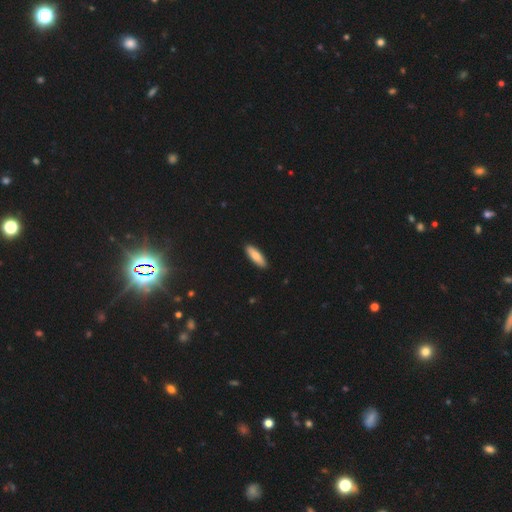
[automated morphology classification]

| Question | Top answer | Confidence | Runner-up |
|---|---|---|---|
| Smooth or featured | smooth | 81% | featured or disk (14%) |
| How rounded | cigar-shaped | 51% | in between (48%) |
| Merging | none | 91% | minor disturbance (7%) |